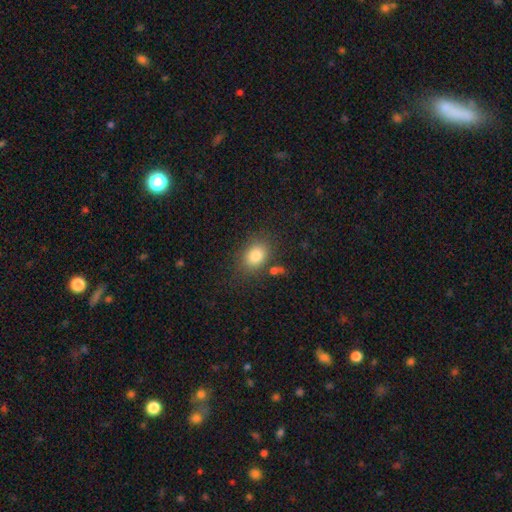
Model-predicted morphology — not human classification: The model was most divided on "how rounded": in between: 63%, round: 36%, cigar-shaped: 1%. More confident: smooth or featured — smooth (82%); merging — none (78%).